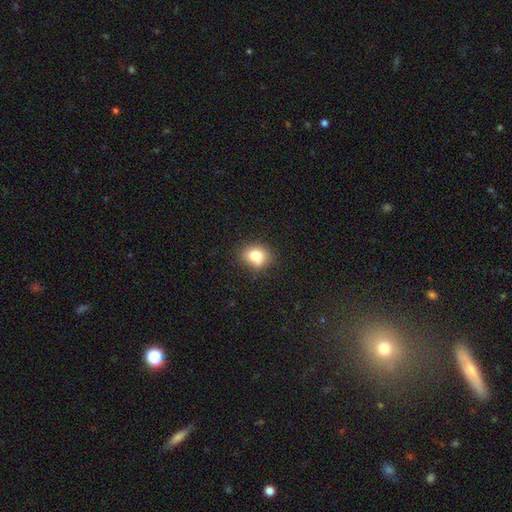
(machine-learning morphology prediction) smooth-or-featured: smooth: 79% | star or artifact: 11% | featured or disk: 10%
  how-rounded: round: 60% | in between: 39% | cigar-shaped: 1%
  merging: none: 77% | minor disturbance: 16% | major disturbance: 4% | merger: 3%